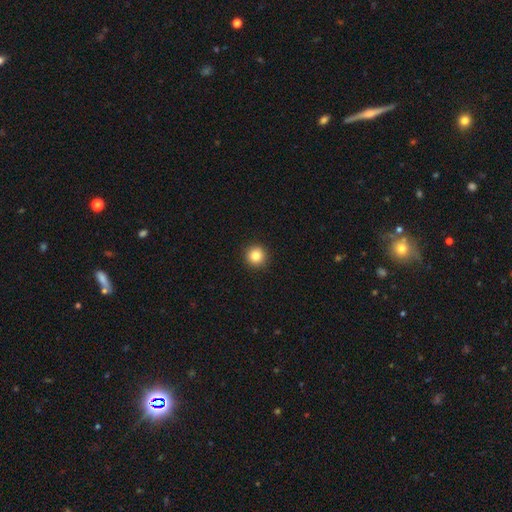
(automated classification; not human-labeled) Smooth or featured? smooth (84%)
How rounded? round (95%)
Merging? none (93%)